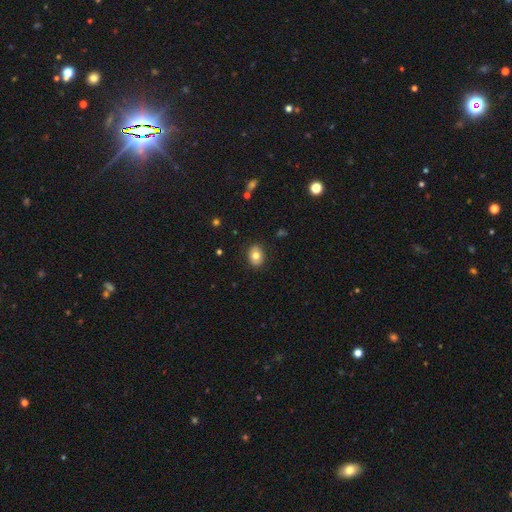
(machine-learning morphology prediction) The model was most divided on "how rounded": in between: 60%, round: 39%, cigar-shaped: 1%. More confident: merging — none (88%); smooth or featured — smooth (79%).